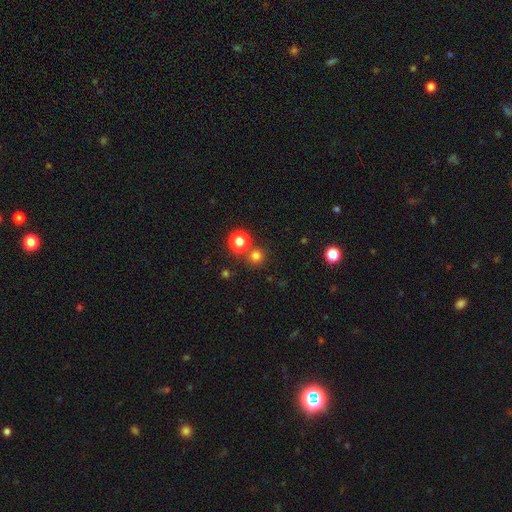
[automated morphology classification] Smooth or featured: smooth — 74% (star or artifact — 20%)
How rounded: round — 93% (in between — 6%)
Merging: none — 75% (merger — 15%)